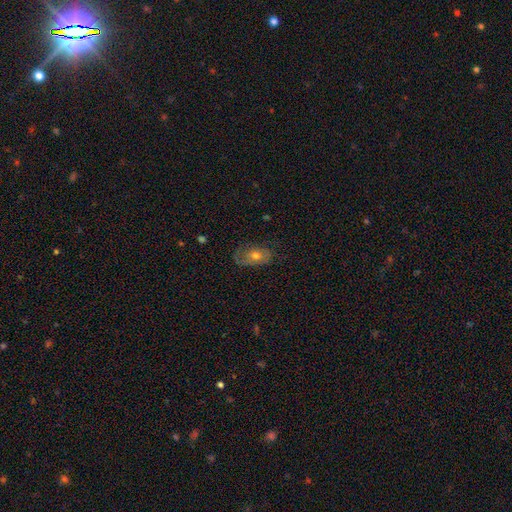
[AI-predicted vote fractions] Q: Smooth or featured?
A: smooth (48%); runner-up: featured or disk (43%)
Q: Merging?
A: none (60%); runner-up: minor disturbance (24%)